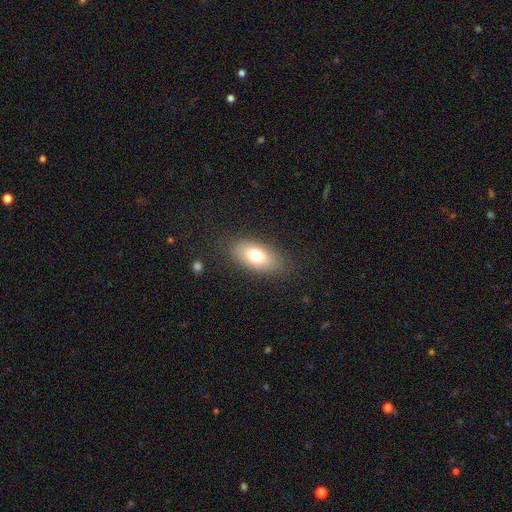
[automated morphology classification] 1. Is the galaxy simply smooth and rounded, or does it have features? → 72% smooth, 19% featured or disk, 9% star or artifact.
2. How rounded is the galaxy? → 88% in between, 6% cigar-shaped, 5% round.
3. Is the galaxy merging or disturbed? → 83% none, 12% minor disturbance, 4% major disturbance, 1% merger.